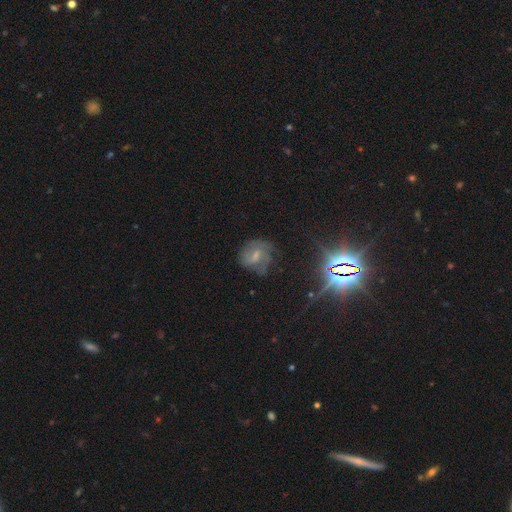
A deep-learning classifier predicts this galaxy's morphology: Smooth or featured? Predicted: featured or disk (p=0.51). Edge-on disk? Predicted: no (p=0.96). Merging? Predicted: none (p=0.56).